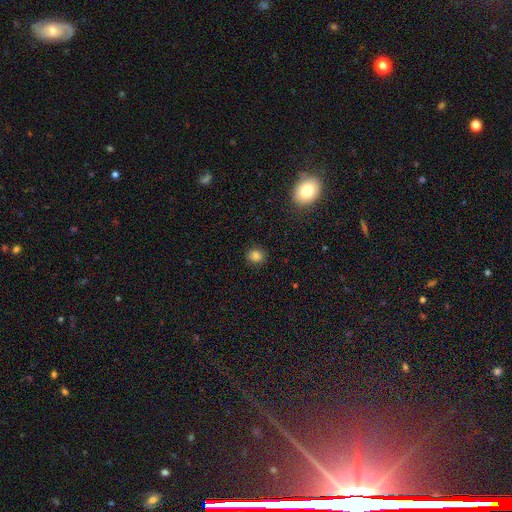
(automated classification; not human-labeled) Smooth or featured? Predicted: smooth (p=0.82). How rounded? Predicted: round (p=0.82). Merging? Predicted: none (p=0.88).